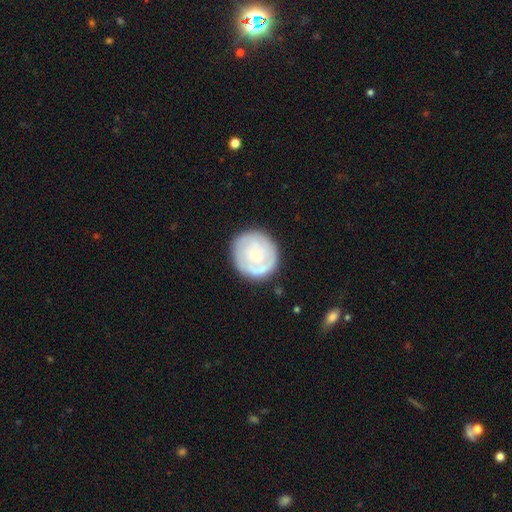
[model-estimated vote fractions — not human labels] Smooth or featured?
  - featured or disk: 51% *
  - smooth: 42%
  - star or artifact: 6%
Edge-on disk?
  - no: 98% *
  - yes: 2%
Bar?
  - no: 77% *
  - weak: 19%
  - strong: 4%
Spiral arms?
  - yes: 71% *
  - no: 29%
Bulge size?
  - small: 51% *
  - none: 21%
  - moderate: 20%
  - large: 5%
  - dominant: 2%
Merging?
  - none: 79% *
  - minor disturbance: 14%
  - major disturbance: 5%
  - merger: 2%